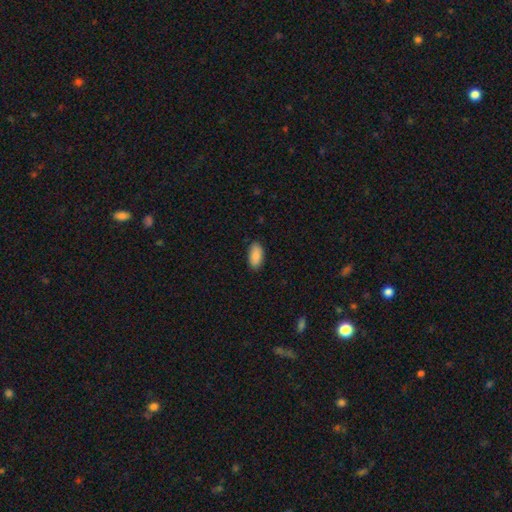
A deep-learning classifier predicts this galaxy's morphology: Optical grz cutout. It shows a smooth galaxy with no disk features (89%) that is in between round and cigar-shaped (93%). Merging: none (86%).